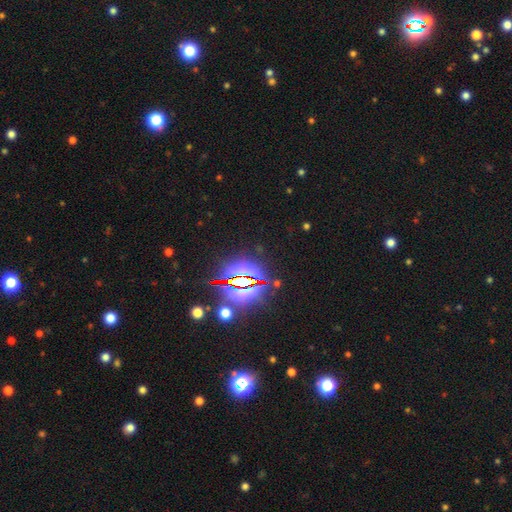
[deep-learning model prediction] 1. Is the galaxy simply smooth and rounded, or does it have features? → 84% star or artifact, 8% smooth, 7% featured or disk.